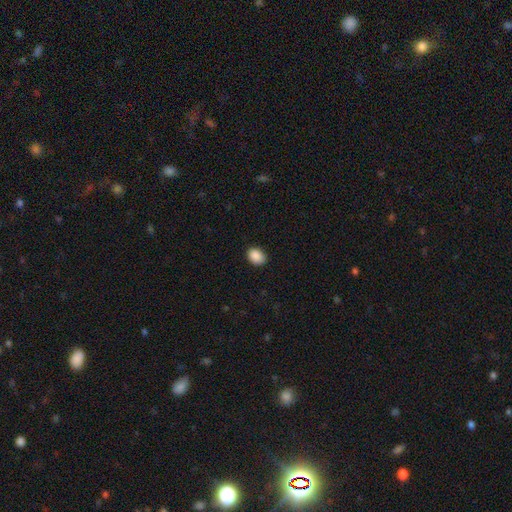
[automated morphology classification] Smooth or featured? smooth (89%)
How rounded? in between (68%)
Merging? none (85%)